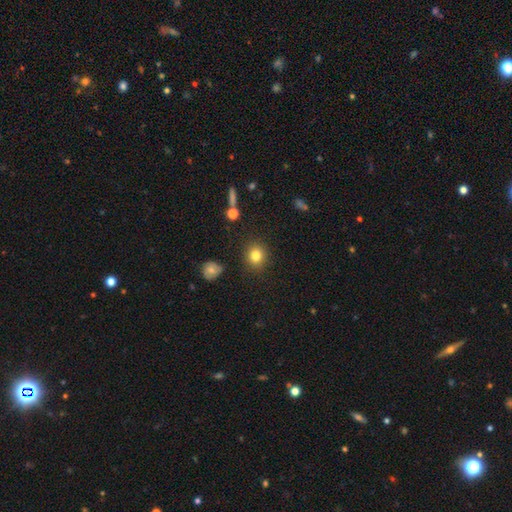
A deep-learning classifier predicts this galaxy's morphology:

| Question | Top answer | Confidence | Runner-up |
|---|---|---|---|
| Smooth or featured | smooth | 82% | star or artifact (11%) |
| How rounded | round | 82% | in between (17%) |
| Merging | none | 88% | minor disturbance (8%) |